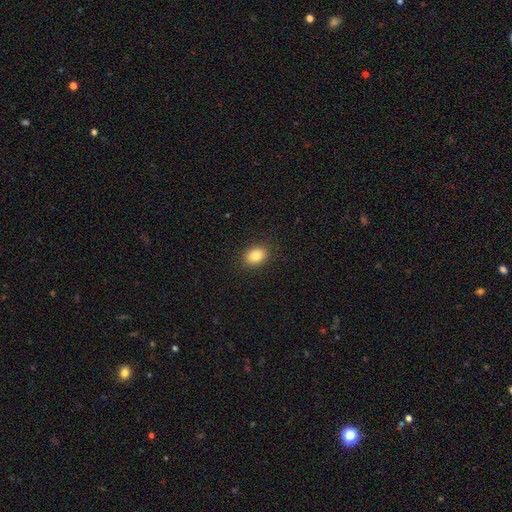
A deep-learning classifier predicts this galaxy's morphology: Smooth or featured: smooth — 85% (star or artifact — 9%)
How rounded: in between — 68% (round — 31%)
Merging: none — 89% (minor disturbance — 8%)